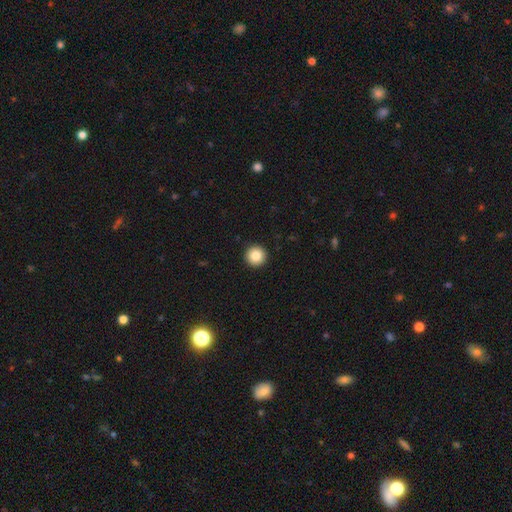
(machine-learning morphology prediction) Smooth or featured? Predicted: smooth (p=0.84). How rounded? Predicted: round (p=0.97). Merging? Predicted: none (p=0.94).